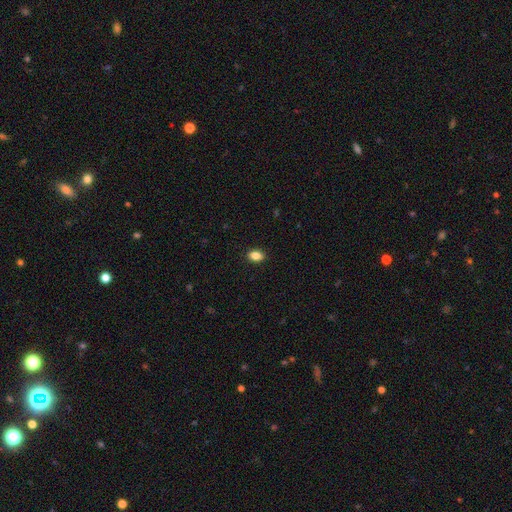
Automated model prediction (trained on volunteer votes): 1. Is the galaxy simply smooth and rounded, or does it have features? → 87% smooth, 9% star or artifact, 4% featured or disk.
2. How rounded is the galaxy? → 81% in between, 18% round, 2% cigar-shaped.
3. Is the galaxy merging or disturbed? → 90% none, 7% minor disturbance, 2% major disturbance, 1% merger.